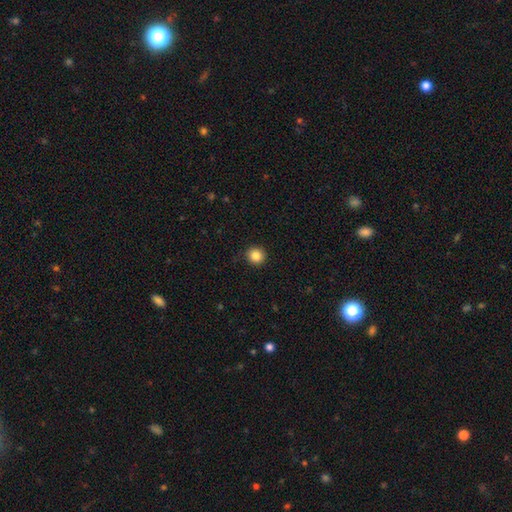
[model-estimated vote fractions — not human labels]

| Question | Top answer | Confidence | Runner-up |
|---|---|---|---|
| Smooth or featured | smooth | 85% | star or artifact (10%) |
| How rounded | round | 92% | in between (7%) |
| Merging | none | 91% | minor disturbance (6%) |